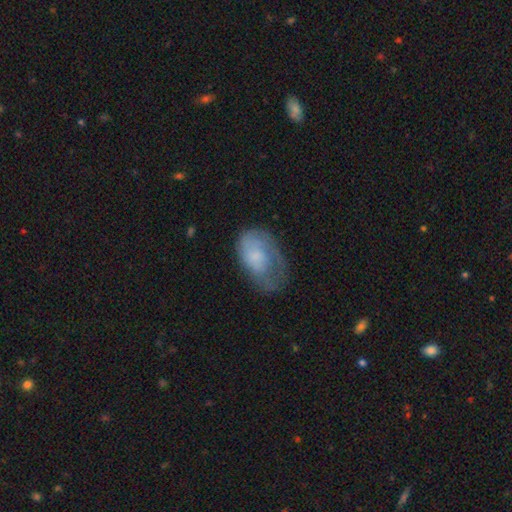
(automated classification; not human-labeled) Smooth or featured?
  - smooth: 57% *
  - featured or disk: 35%
  - star or artifact: 8%
How rounded?
  - in between: 89% *
  - round: 10%
  - cigar-shaped: 1%
Merging?
  - none: 36% *
  - minor disturbance: 32%
  - major disturbance: 30%
  - merger: 2%